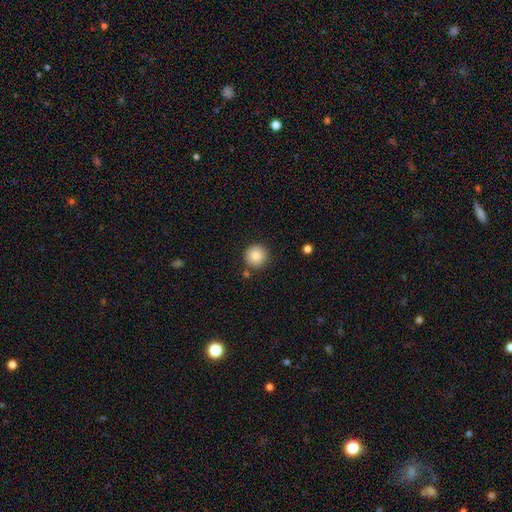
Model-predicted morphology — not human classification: type=smooth (86%); roundness=round (95%); merging=none (87%).